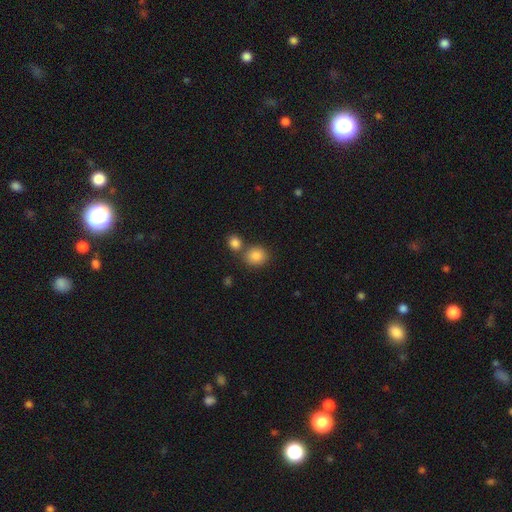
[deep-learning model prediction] Smooth or featured? Predicted: smooth (p=0.86). How rounded? Predicted: round (p=0.73). Merging? Predicted: none (p=0.63).